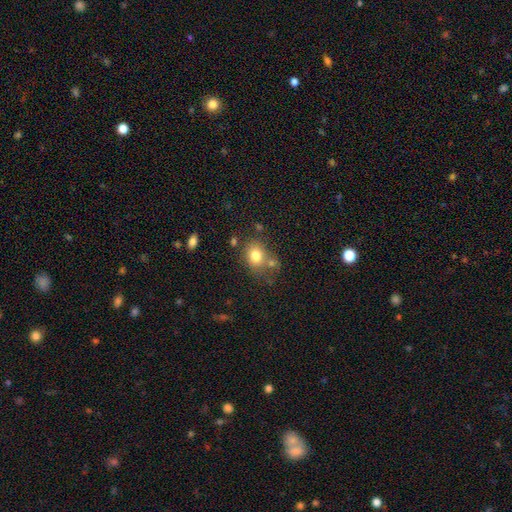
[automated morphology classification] Smooth or featured? Predicted: smooth (p=0.78). How rounded? Predicted: round (p=0.53). Merging? Predicted: none (p=0.57).